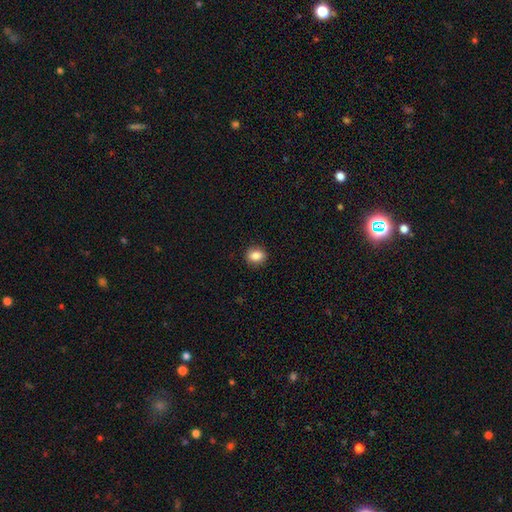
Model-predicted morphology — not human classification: This appears to be a smooth galaxy with no disk features (85%) that is round (56%). Merging: none (90%).